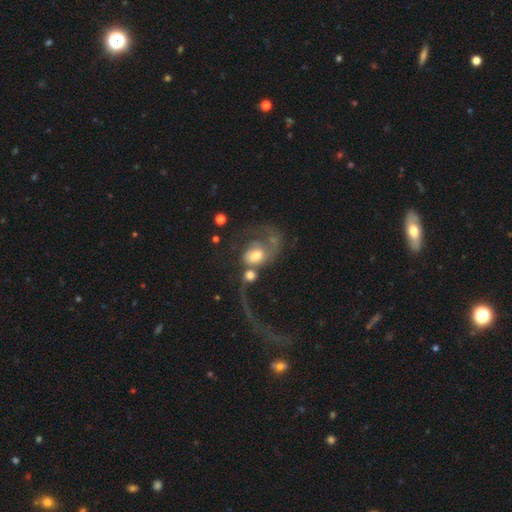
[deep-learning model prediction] This appears to be a featured or disk galaxy (57%) with no bar (72%), spiral arms (72%) and a moderate central bulge (57%). Merging: merger (49%).